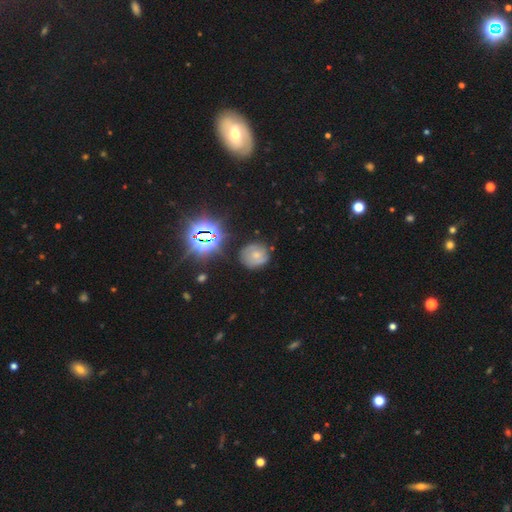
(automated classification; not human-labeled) Smooth or featured? smooth (47%)
Merging? none (73%)